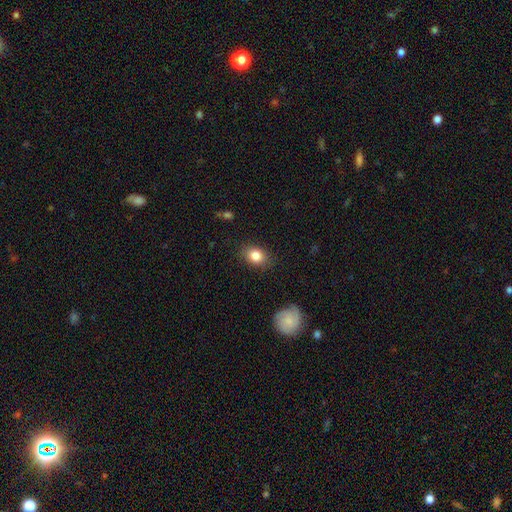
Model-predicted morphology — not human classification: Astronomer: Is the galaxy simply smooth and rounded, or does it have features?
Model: smooth — 83%.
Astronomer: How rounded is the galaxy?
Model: in between — 63%.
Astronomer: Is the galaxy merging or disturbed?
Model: none — 82%.